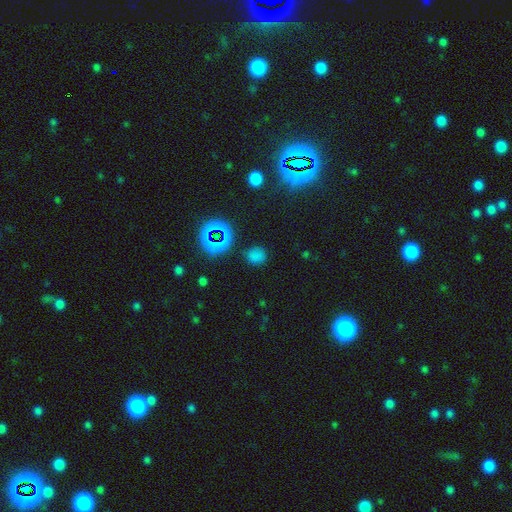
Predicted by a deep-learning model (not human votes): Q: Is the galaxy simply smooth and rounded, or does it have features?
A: smooth — 60%.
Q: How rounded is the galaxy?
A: round — 83%.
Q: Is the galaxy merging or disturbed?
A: none — 83%.